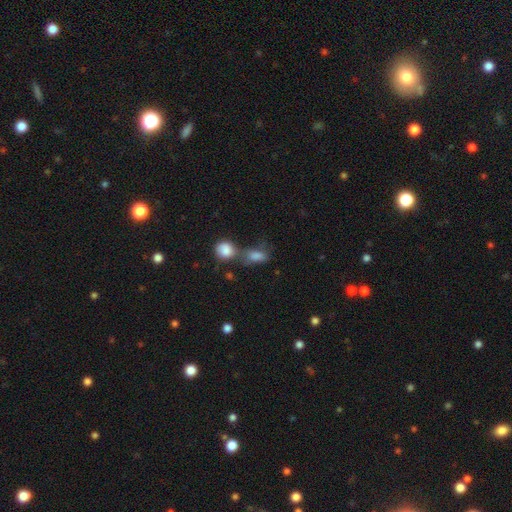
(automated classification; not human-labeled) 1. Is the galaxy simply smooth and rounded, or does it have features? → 79% smooth, 11% star or artifact, 10% featured or disk.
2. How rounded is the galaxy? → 78% in between, 17% round, 5% cigar-shaped.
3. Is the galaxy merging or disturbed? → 42% merger, 35% none, 14% minor disturbance, 8% major disturbance.